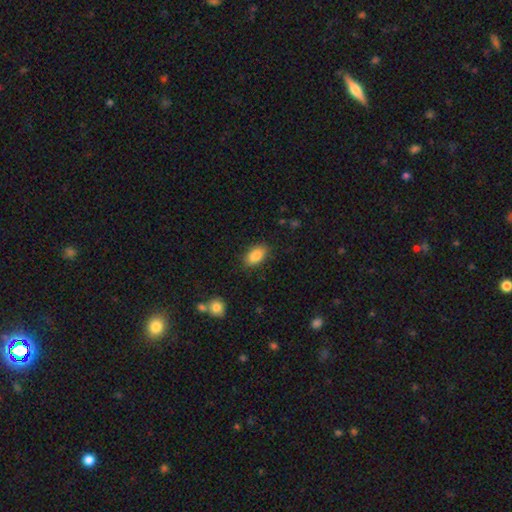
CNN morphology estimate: The model was most divided on "merging": none: 86%, minor disturbance: 10%, major disturbance: 3%, merger: 1%. More confident: how rounded — in between (91%); smooth or featured — smooth (87%).